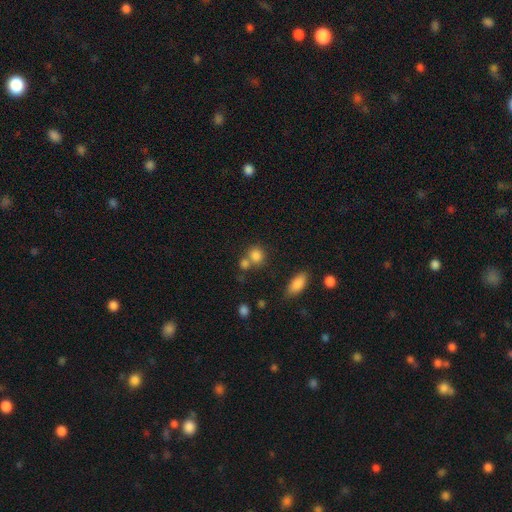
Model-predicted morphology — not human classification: smooth 81%, star or artifact 11%, featured or disk 7%. Down the decision tree: how rounded — round (73%); merging — none (50%).